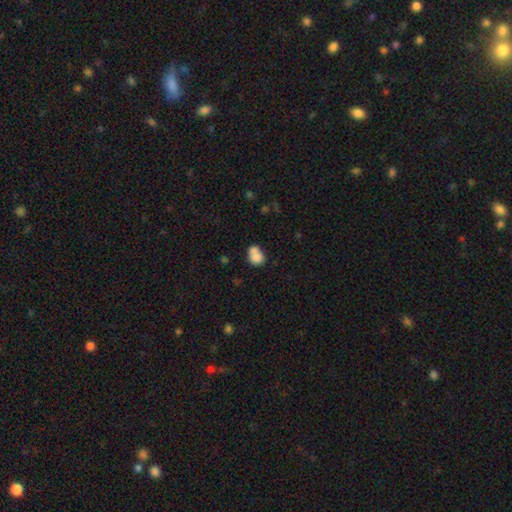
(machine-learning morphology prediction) smooth-or-featured: smooth: 76% | featured or disk: 14% | star or artifact: 10%
  how-rounded: round: 56% | in between: 43% | cigar-shaped: 1%
  merging: merger: 56% | none: 28% | minor disturbance: 11% | major disturbance: 5%